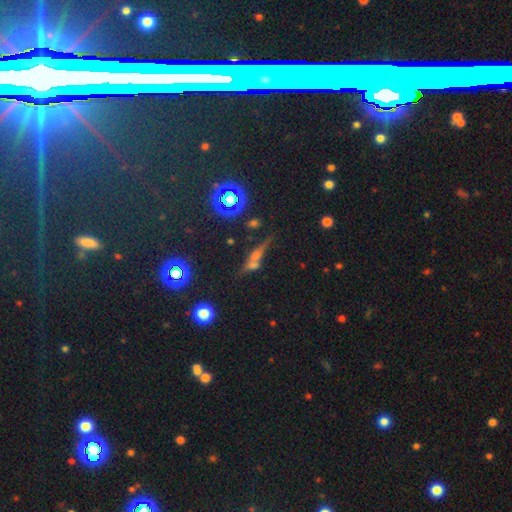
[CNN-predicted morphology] smooth_or_featured: featured or disk (p=0.44) [alt: star or artifact p=0.29]
merging: none (p=0.61) [alt: merger p=0.19]